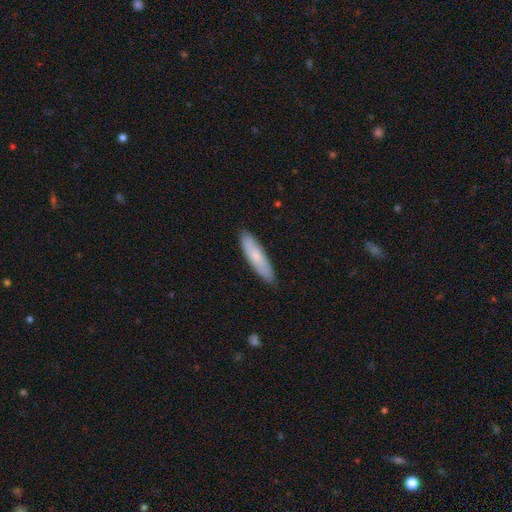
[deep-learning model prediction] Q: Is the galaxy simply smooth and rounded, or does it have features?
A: smooth — 72%.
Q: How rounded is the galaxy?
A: cigar-shaped — 75%.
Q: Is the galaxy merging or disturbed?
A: none — 85%.